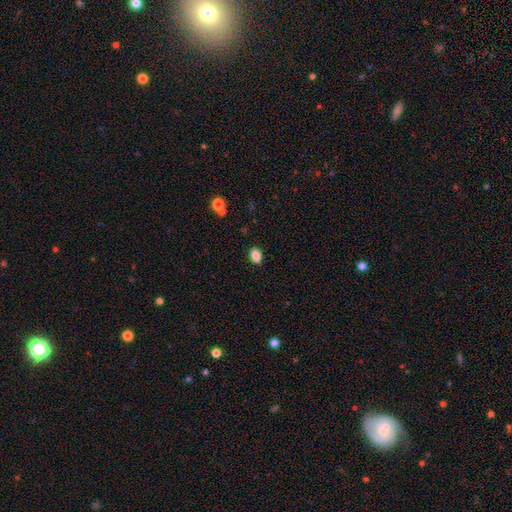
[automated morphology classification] Smooth or featured: smooth — 87% (star or artifact — 10%)
How rounded: in between — 80% (round — 19%)
Merging: none — 88% (minor disturbance — 8%)